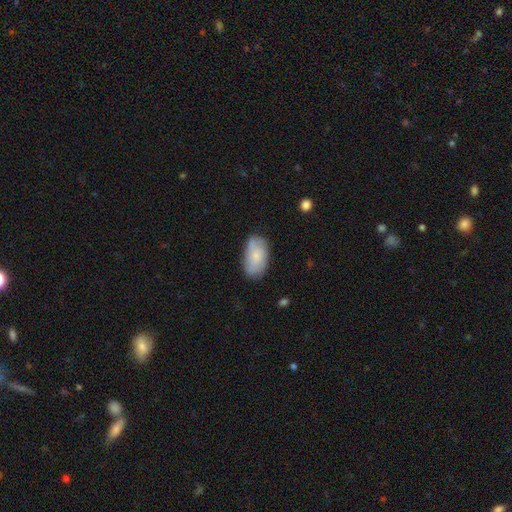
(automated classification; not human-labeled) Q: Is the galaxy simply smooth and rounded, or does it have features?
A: smooth — 71%.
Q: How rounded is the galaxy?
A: in between — 94%.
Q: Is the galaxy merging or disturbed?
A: none — 66%.